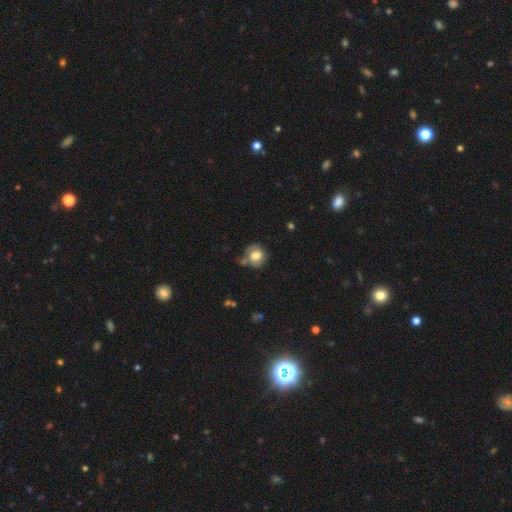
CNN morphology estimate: type=smooth (70%); roundness=round (77%); merging=none (52%).